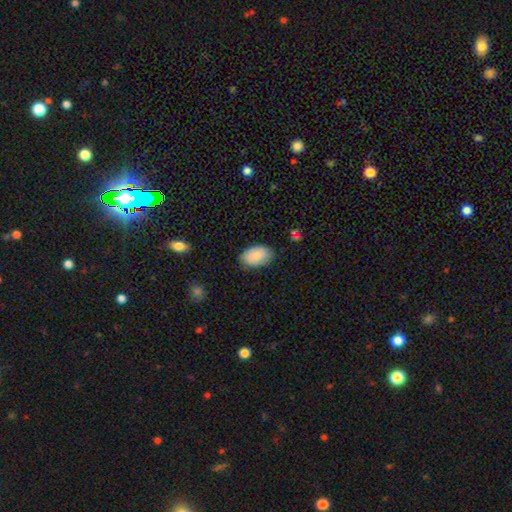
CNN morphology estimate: A smooth galaxy with no disk features (84%) that is in between round and cigar-shaped (92%).

Vote fractions:
- Smooth or featured? smooth: 84% / featured or disk: 10% / star or artifact: 6%
- How rounded? in between: 92% / round: 6% / cigar-shaped: 1%
- Merging? none: 80% / minor disturbance: 16% / major disturbance: 3% / merger: 1%